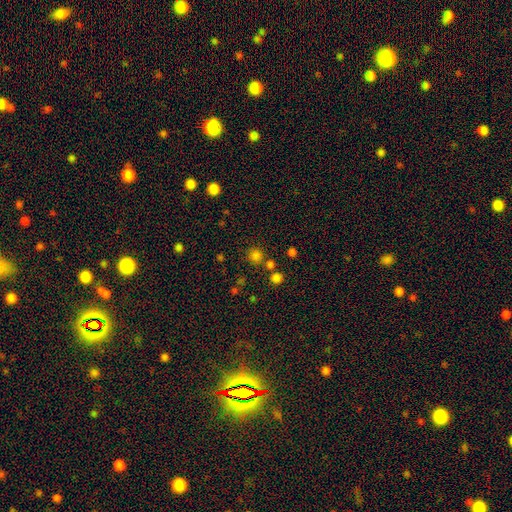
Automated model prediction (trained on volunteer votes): A smooth galaxy with no disk features (76%) that is round (91%). Merging: none (77%).